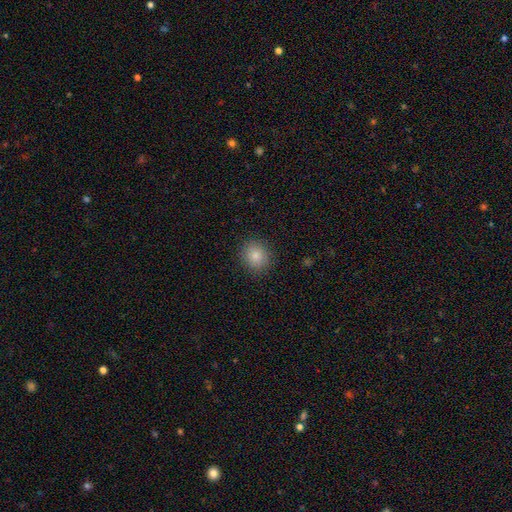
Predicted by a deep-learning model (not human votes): Smooth or featured? Predicted: smooth (p=0.84). How rounded? Predicted: round (p=0.82). Merging? Predicted: none (p=0.89).